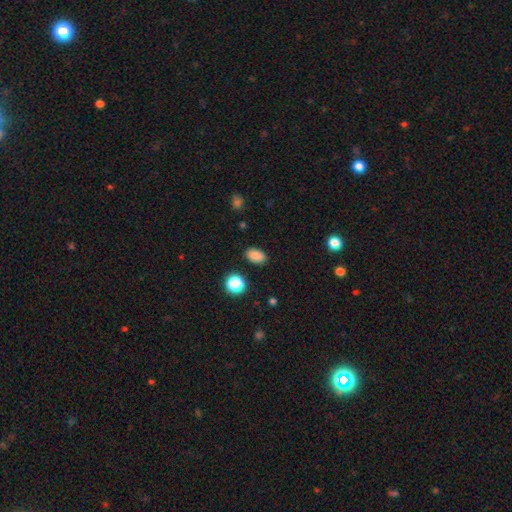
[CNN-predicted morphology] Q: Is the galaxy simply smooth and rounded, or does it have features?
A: smooth — 85%.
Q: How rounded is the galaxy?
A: in between — 86%.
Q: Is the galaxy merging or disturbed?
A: none — 87%.